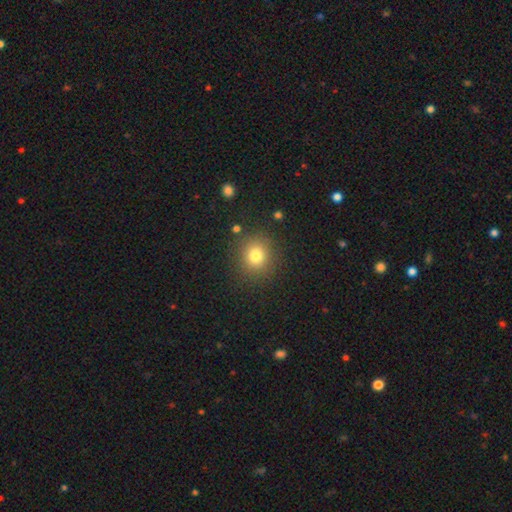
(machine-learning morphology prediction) Overall: smooth (78%). How rounded: round (88%). Merging: none (87%).